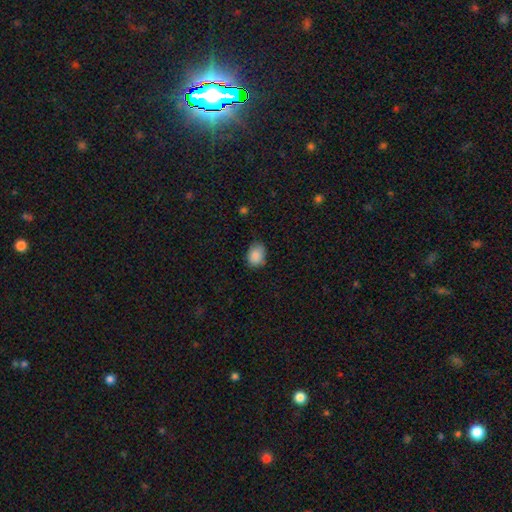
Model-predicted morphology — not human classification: This appears to be a smooth galaxy with no disk features (87%) that is in between round and cigar-shaped (63%). Merging: none (69%).